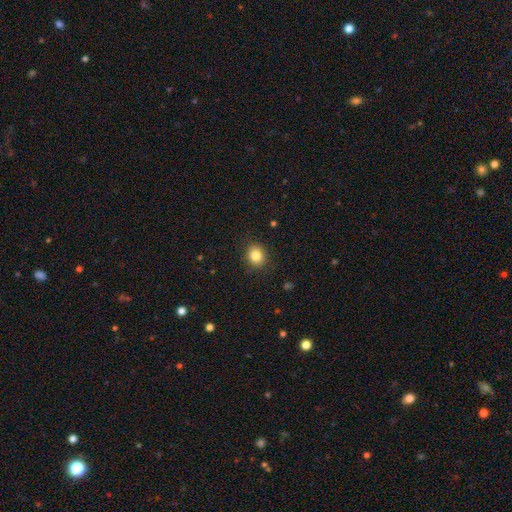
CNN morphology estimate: Q: Smooth or featured?
A: smooth (84%); runner-up: star or artifact (10%)
Q: How rounded?
A: round (70%); runner-up: in between (29%)
Q: Merging?
A: none (89%); runner-up: minor disturbance (8%)